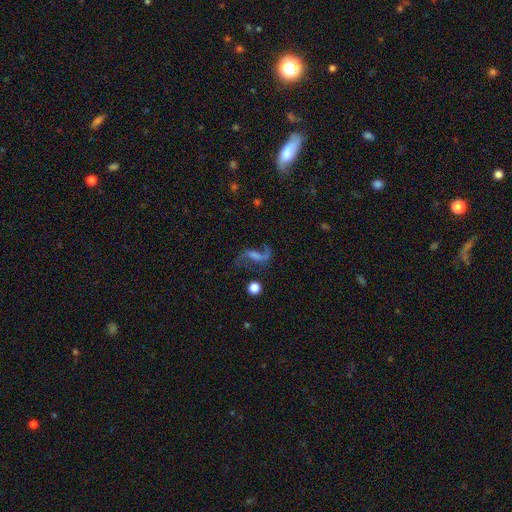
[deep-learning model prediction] Smooth or featured? featured or disk (76%)
Edge-on disk? no (95%)
Bar? weak (43%)
Spiral arms? yes (93%)
Spiral winding? loose (82%)
Spiral arm count? 2 (89%)
Bulge size? none (36%)
Merging? none (63%)